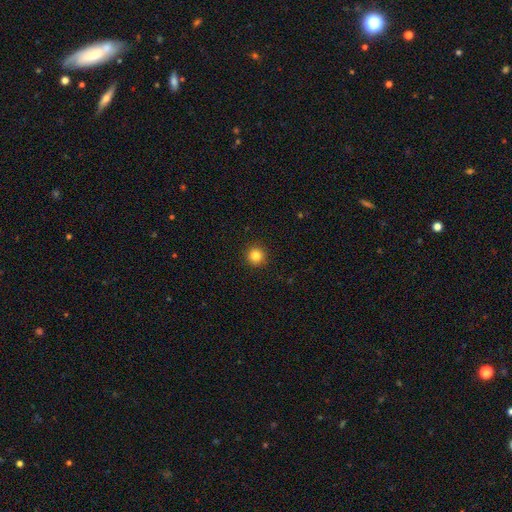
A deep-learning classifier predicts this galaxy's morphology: Overall: smooth (84%). How rounded: round (96%). Merging: none (93%).